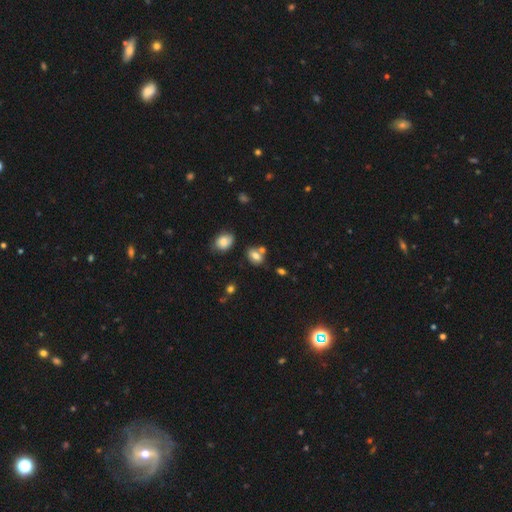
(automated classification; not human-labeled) smooth-or-featured: smooth: 72% | featured or disk: 15% | star or artifact: 13%
  how-rounded: in between: 70% | round: 28% | cigar-shaped: 2%
  merging: none: 54% | merger: 26% | minor disturbance: 15% | major disturbance: 5%